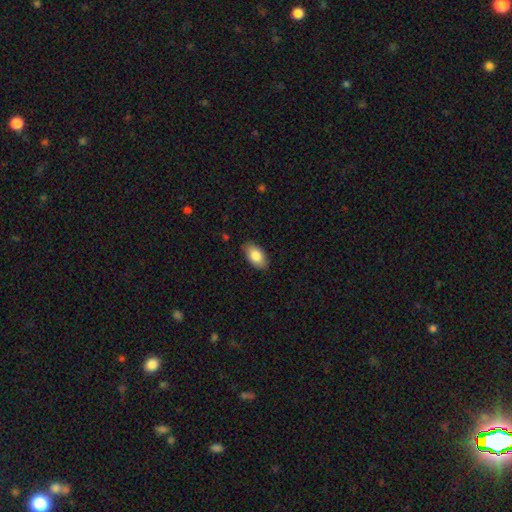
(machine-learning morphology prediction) The model was most divided on "smooth or featured": smooth: 84%, featured or disk: 10%, star or artifact: 7%. More confident: how rounded — in between (94%); merging — none (85%).